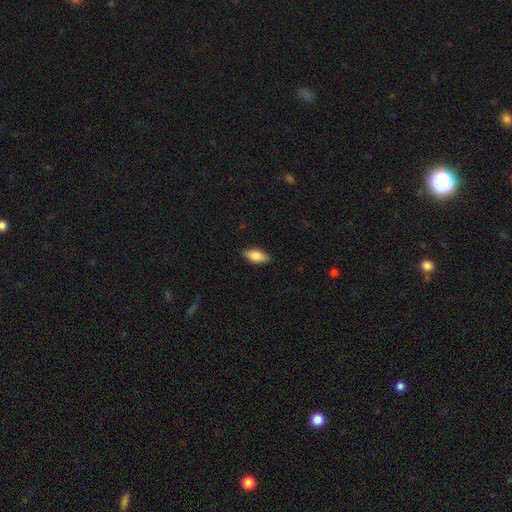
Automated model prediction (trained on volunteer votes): Morphology: type=smooth (82%); roundness=in between (88%); merging=none (87%).